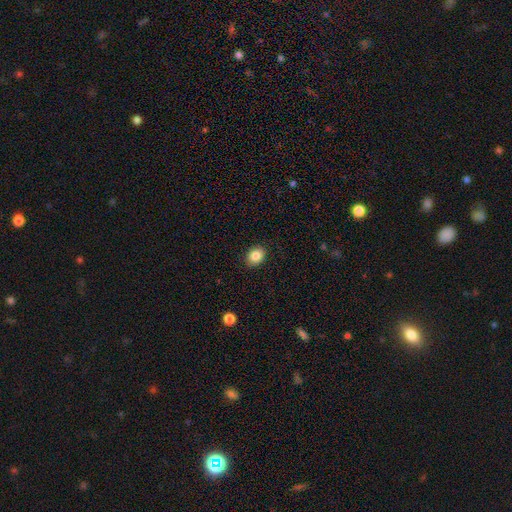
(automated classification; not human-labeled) smooth_or_featured: smooth (p=0.85) [alt: star or artifact p=0.09]
how_rounded: in between (p=0.57) [alt: round p=0.42]
merging: none (p=0.89) [alt: minor disturbance p=0.08]